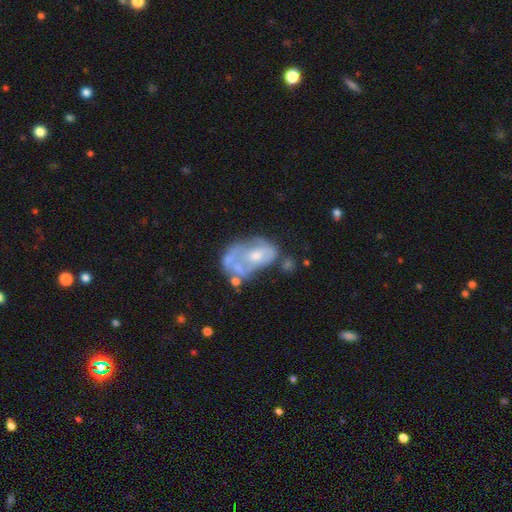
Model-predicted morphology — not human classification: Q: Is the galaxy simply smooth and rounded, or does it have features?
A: featured or disk — 63%.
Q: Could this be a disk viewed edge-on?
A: no — 97%.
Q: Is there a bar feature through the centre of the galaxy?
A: no — 80%.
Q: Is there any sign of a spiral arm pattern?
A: no — 68%.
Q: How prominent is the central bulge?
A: small — 44%.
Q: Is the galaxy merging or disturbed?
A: major disturbance — 31%.